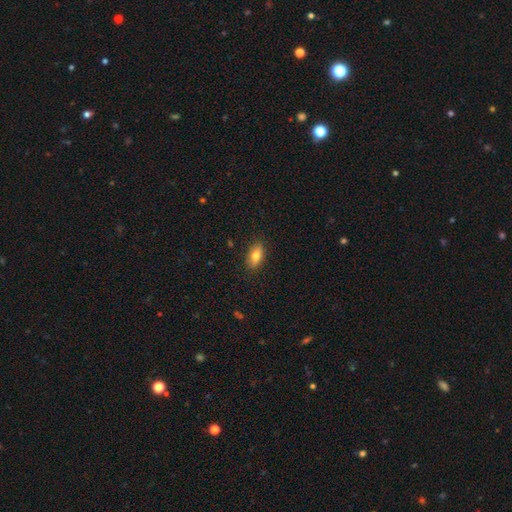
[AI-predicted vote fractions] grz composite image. It shows a smooth galaxy with no disk features (77%) that is in between round and cigar-shaped (84%). Merging: none (87%).